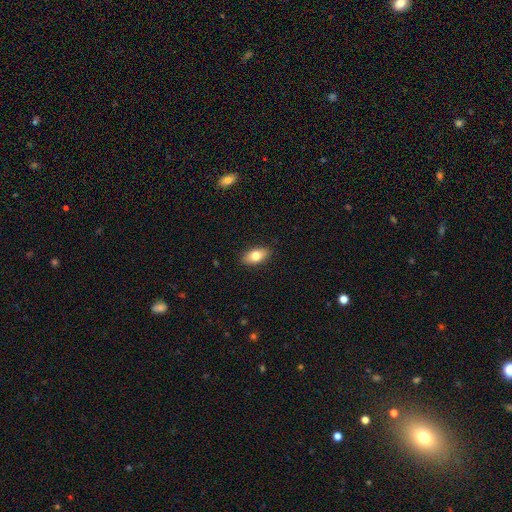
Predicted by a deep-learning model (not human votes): Q: Smooth or featured?
A: smooth (77%); runner-up: featured or disk (16%)
Q: How rounded?
A: in between (88%); runner-up: round (6%)
Q: Merging?
A: none (89%); runner-up: minor disturbance (9%)